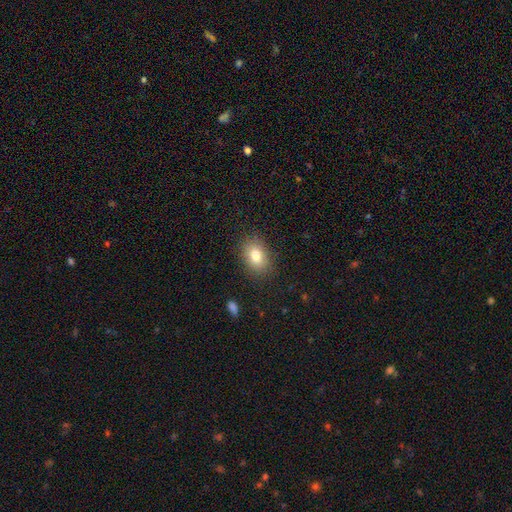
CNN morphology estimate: type=smooth (80%); roundness=in between (76%); merging=none (86%).